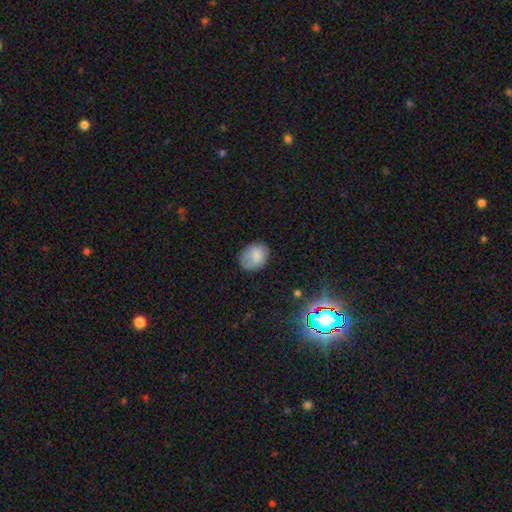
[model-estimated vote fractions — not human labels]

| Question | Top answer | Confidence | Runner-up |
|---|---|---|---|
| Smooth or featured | smooth | 82% | featured or disk (9%) |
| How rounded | in between | 58% | round (42%) |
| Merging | none | 73% | minor disturbance (20%) |